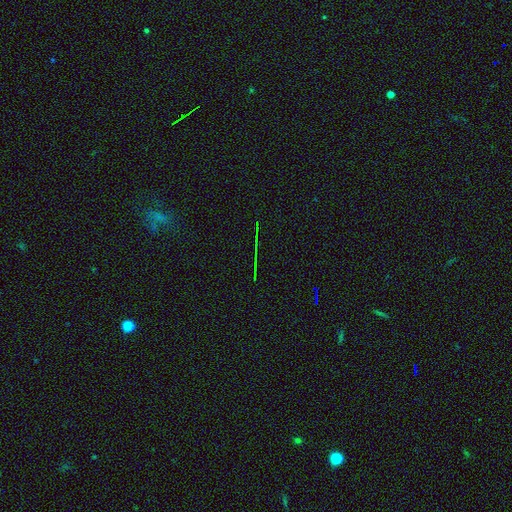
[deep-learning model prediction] This appears to be a star or artifact, not a galaxy (76%).